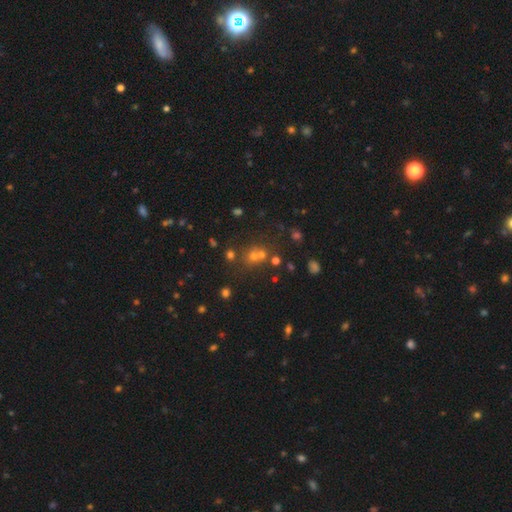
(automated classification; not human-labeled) A smooth galaxy with no disk features (46%). Merging: none (54%).